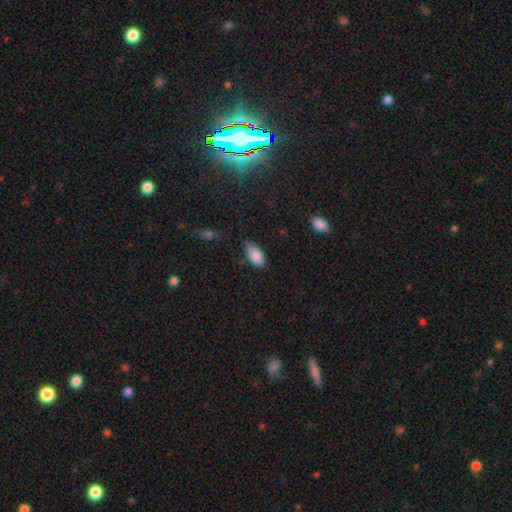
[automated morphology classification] type=smooth (87%); roundness=in between (92%); merging=none (62%).